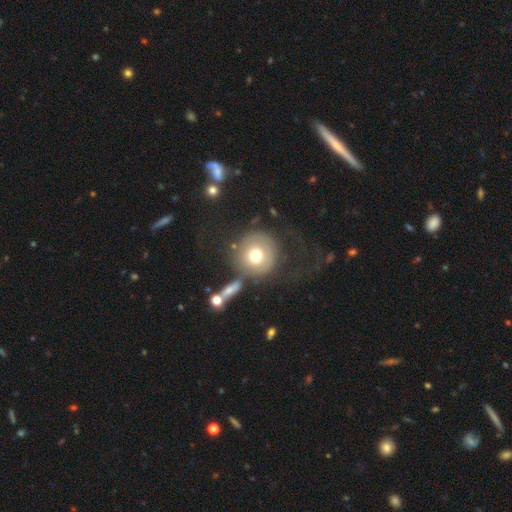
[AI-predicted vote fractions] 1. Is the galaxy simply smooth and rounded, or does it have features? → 62% smooth, 29% featured or disk, 9% star or artifact.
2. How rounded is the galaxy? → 93% round, 6% in between, 1% cigar-shaped.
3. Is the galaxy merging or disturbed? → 56% none, 17% major disturbance, 14% minor disturbance, 13% merger.